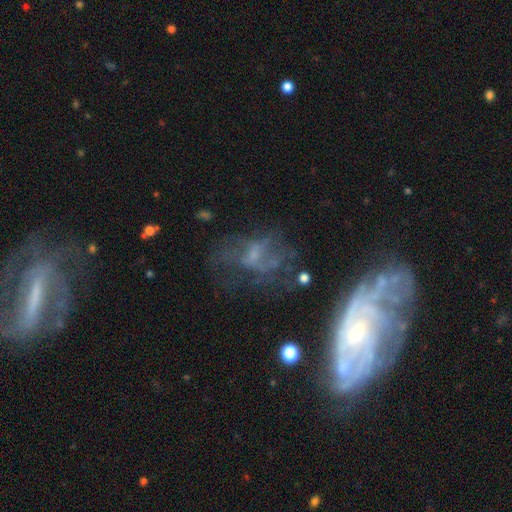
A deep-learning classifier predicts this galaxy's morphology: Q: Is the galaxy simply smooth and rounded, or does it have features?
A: featured or disk — 59%.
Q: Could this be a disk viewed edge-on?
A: no — 94%.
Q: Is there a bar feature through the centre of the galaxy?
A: no — 65%.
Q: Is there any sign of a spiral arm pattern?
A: yes — 53%.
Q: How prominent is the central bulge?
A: small — 42%.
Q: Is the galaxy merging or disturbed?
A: none — 41%.